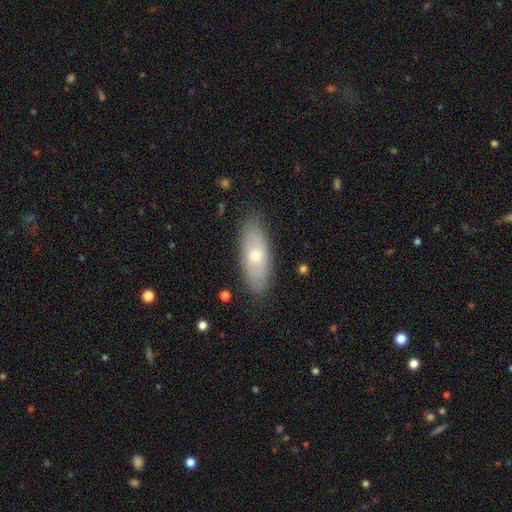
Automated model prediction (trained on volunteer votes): Smooth or featured? Predicted: smooth (p=0.66). How rounded? Predicted: in between (p=0.75). Merging? Predicted: none (p=0.84).